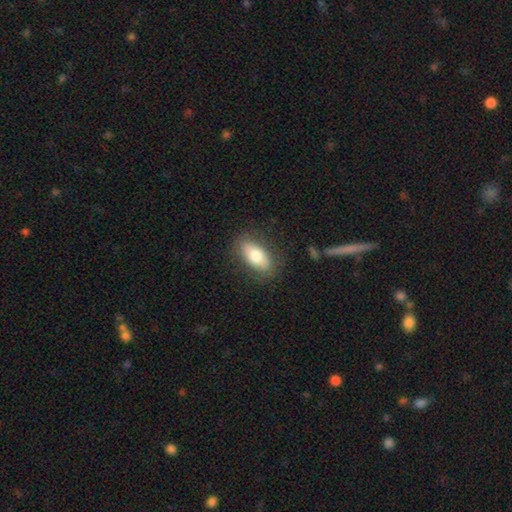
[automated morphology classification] smooth-or-featured: smooth: 74% | featured or disk: 20% | star or artifact: 6%
  how-rounded: in between: 88% | cigar-shaped: 7% | round: 4%
  merging: none: 83% | minor disturbance: 12% | major disturbance: 4% | merger: 1%